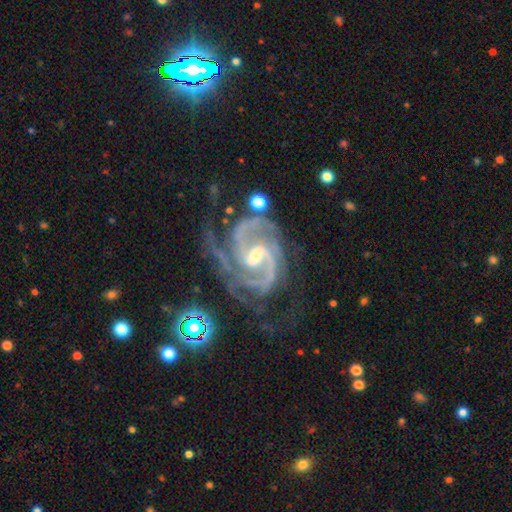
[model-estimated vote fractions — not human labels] Overall: featured or disk (93%). Edge-on disk: no (98%). Bar: weak (52%; strong 25%). Spiral arms: yes (99%). Spiral arm count: 2 (64%). Spiral winding: medium (48%; tight 45%). Bulge size: moderate (48%; small 45%). Merging: none (57%; minor disturbance 23%).